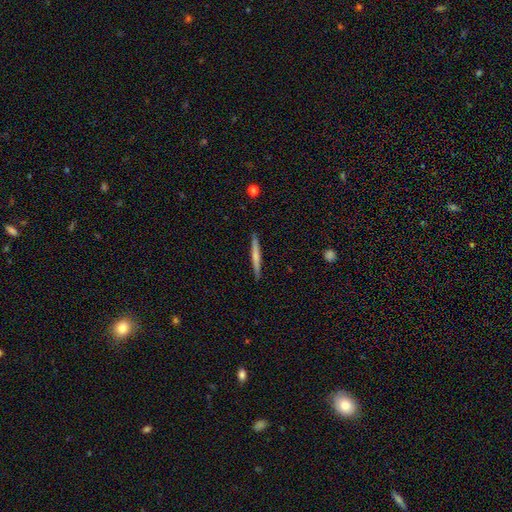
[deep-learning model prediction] The model was most divided on "smooth or featured": smooth: 58%, featured or disk: 37%, star or artifact: 5%. More confident: how rounded — cigar-shaped (96%); merging — none (91%).